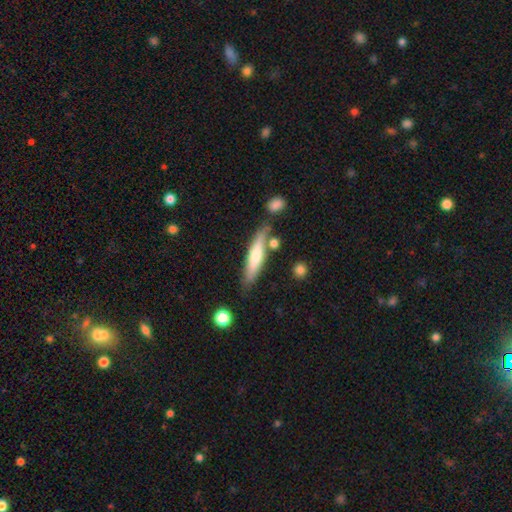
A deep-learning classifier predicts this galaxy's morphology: Smooth or featured? Predicted: smooth (p=0.59). How rounded? Predicted: cigar-shaped (p=0.81). Merging? Predicted: none (p=0.70).